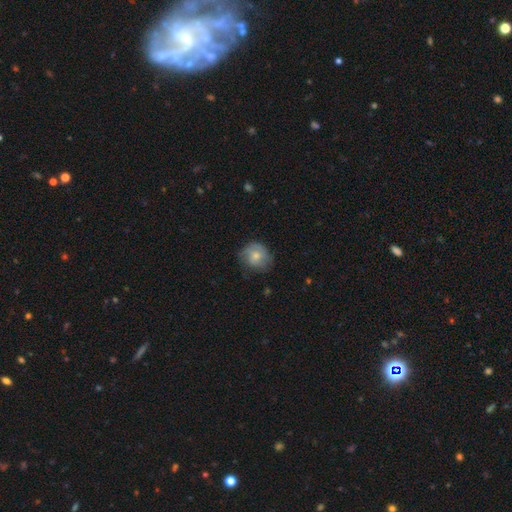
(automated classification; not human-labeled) This appears to be a smooth galaxy with no disk features (60%) that is round (79%). Merging: none (65%).